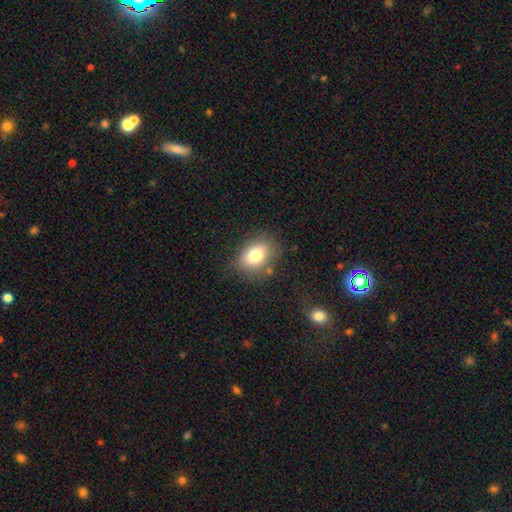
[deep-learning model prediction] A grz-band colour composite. It shows a smooth galaxy with no disk features (78%) that is in between round and cigar-shaped (72%). Merging: none (76%).